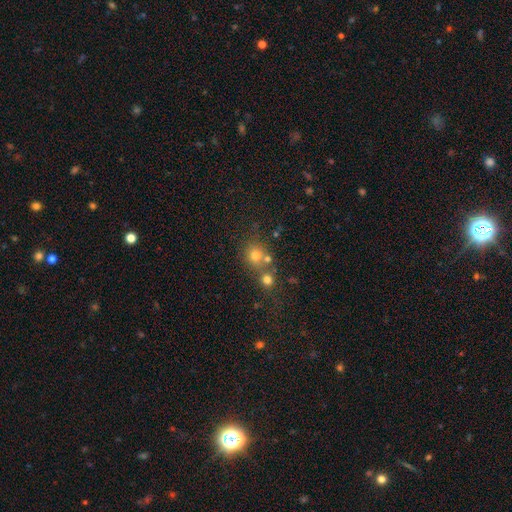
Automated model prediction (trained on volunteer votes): Q: Smooth or featured?
A: smooth (69%); runner-up: star or artifact (19%)
Q: How rounded?
A: round (84%); runner-up: in between (15%)
Q: Merging?
A: none (50%); runner-up: merger (38%)